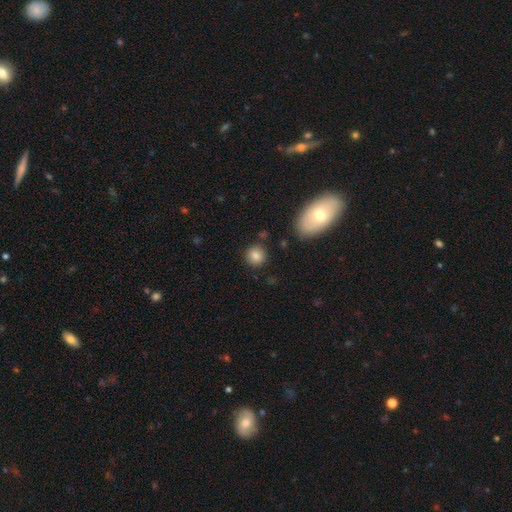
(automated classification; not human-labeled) This is clearly a smooth galaxy (83%). How rounded: clearly round (89%). Merging: clearly none (85%).